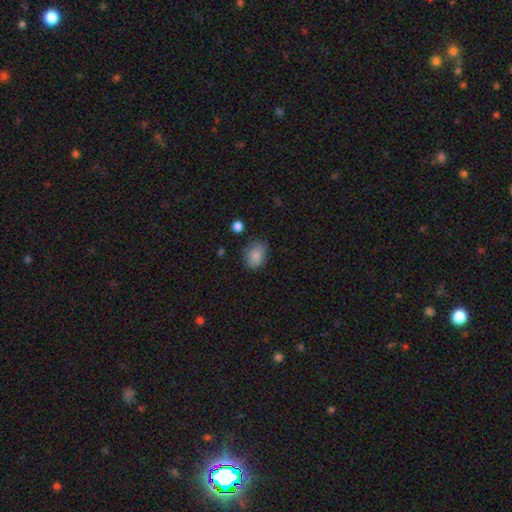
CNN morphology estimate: type=smooth (86%); roundness=in between (65%); merging=none (75%).